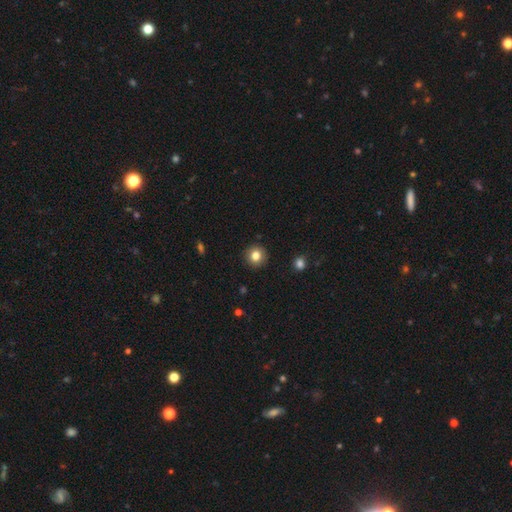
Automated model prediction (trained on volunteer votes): The model was most divided on "smooth or featured": smooth: 82%, star or artifact: 11%, featured or disk: 7%. More confident: how rounded — round (93%); merging — none (91%).